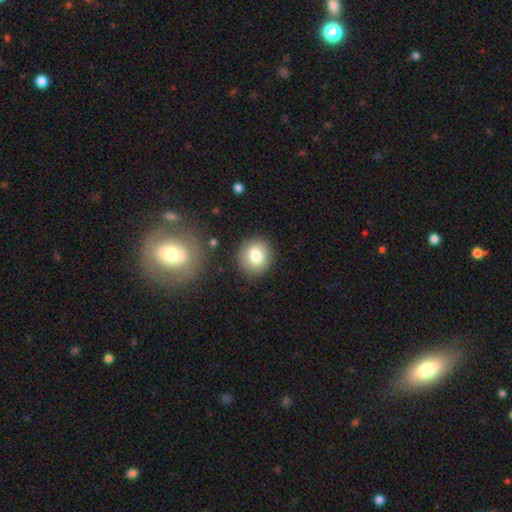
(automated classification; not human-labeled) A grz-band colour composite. It shows a smooth galaxy with no disk features (79%) that is round (85%). Merging: none (86%).